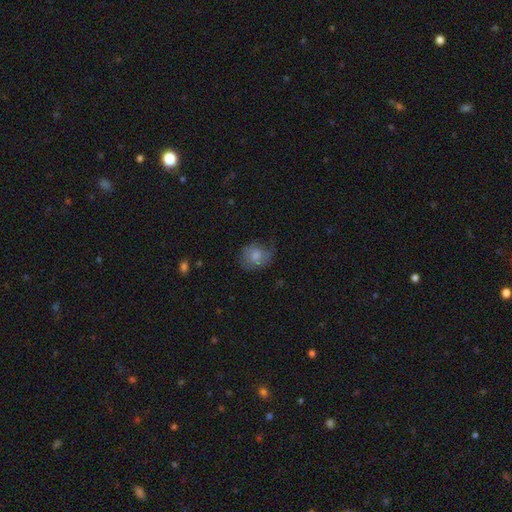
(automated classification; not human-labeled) A smooth galaxy with no disk features (67%) that is round (61%). Merging: none (59%).